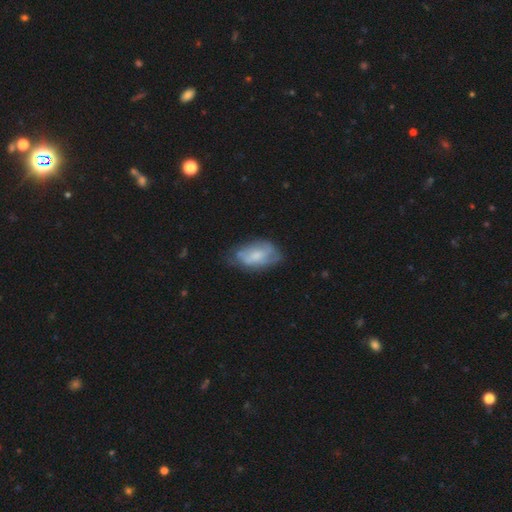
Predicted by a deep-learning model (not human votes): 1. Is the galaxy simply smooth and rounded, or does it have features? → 49% smooth, 43% featured or disk, 7% star or artifact.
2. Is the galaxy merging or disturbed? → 53% none, 32% minor disturbance, 13% major disturbance, 3% merger.